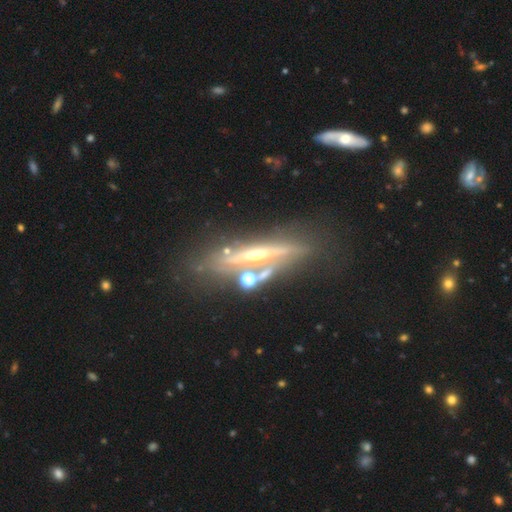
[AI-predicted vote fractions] Smooth or featured: featured or disk — 79% (smooth — 12%)
Edge-on disk: yes — 85% (no — 15%)
Edge-on bulge: rounded — 79% (none — 16%)
Merging: none — 65% (minor disturbance — 16%)